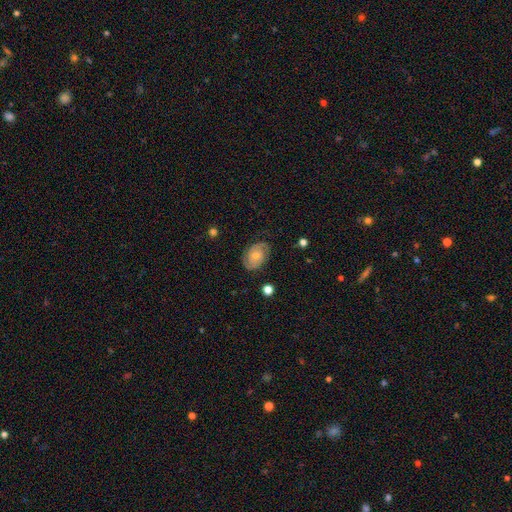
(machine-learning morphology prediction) The model was most divided on "bulge size": small: 50%, moderate: 41%, none: 5%, large: 4%, dominant: 1%. More confident: edge-on disk — no (97%); spiral arms — yes (90%); spiral arm count — 2 (79%); merging — none (79%); bar — no (71%); smooth or featured — featured or disk (67%); spiral winding — tight (57%).